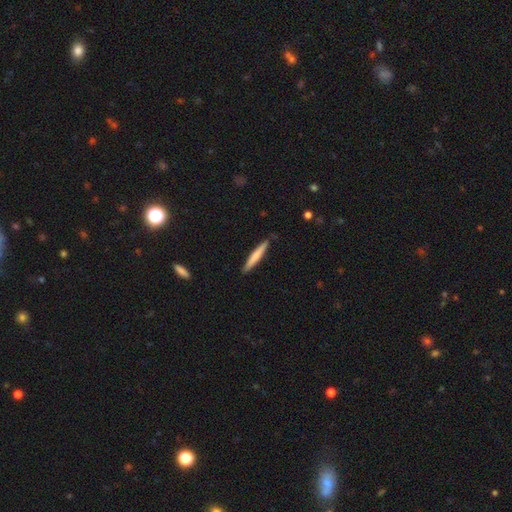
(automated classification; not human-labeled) Smooth or featured? Predicted: smooth (p=0.70). How rounded? Predicted: cigar-shaped (p=0.95). Merging? Predicted: none (p=0.88).